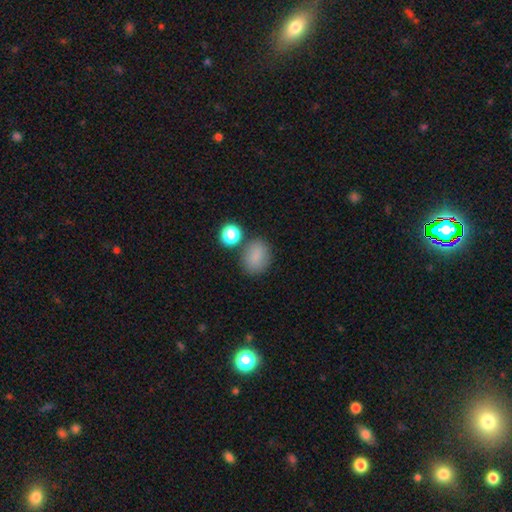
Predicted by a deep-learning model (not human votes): The model was most divided on "how rounded": in between: 50%, round: 49%, cigar-shaped: 1%. More confident: smooth or featured — smooth (83%); merging — none (74%).